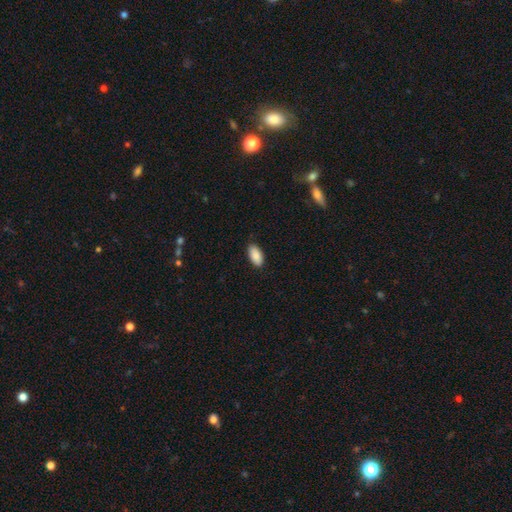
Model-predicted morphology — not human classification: smooth-or-featured: smooth: 89% | star or artifact: 6% | featured or disk: 5%
  how-rounded: in between: 94% | cigar-shaped: 4% | round: 2%
  merging: none: 87% | minor disturbance: 10% | major disturbance: 2% | merger: 1%